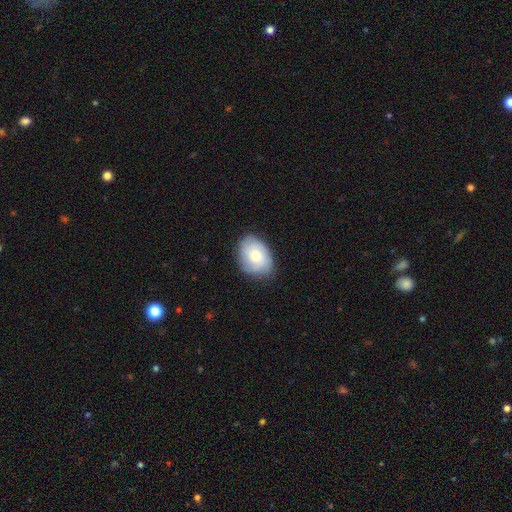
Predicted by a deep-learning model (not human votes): Smooth or featured? Predicted: smooth (p=0.62). How rounded? Predicted: in between (p=0.77). Merging? Predicted: none (p=0.77).